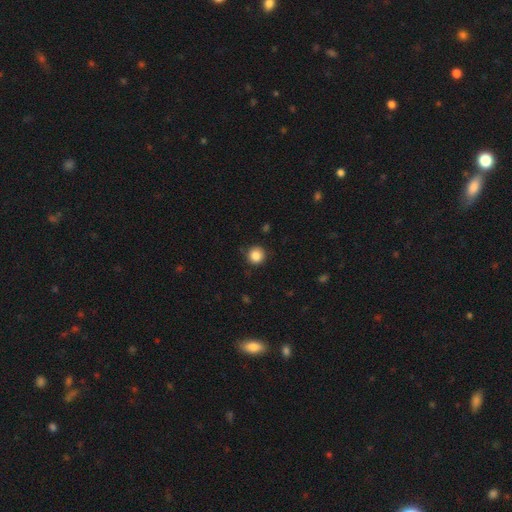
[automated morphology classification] smooth 85%, star or artifact 10%, featured or disk 4%. Down the decision tree: how rounded — round (94%); merging — none (87%).